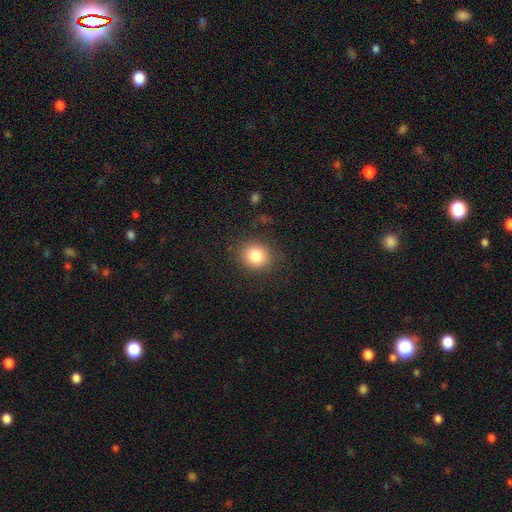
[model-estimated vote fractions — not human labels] smooth 82%, star or artifact 11%, featured or disk 7%. Down the decision tree: how rounded — round (81%); merging — none (86%).